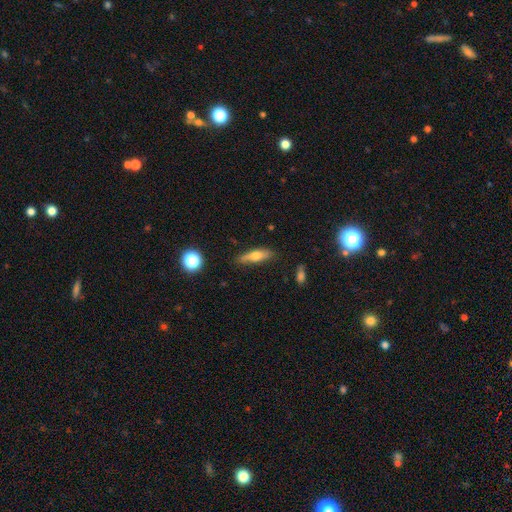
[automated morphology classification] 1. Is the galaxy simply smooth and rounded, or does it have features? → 58% smooth, 35% featured or disk, 8% star or artifact.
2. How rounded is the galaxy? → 63% cigar-shaped, 34% in between, 3% round.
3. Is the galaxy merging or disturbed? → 78% none, 17% minor disturbance, 3% major disturbance, 2% merger.